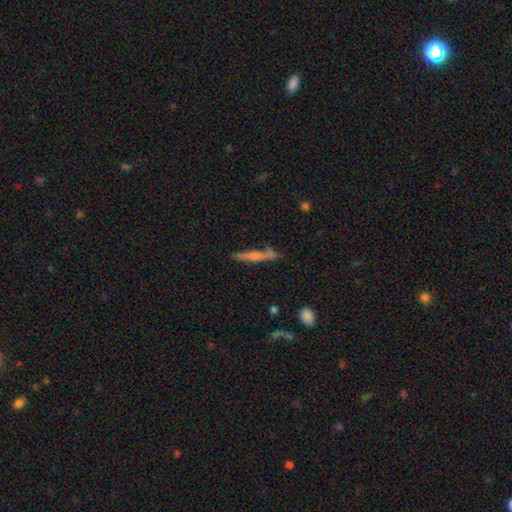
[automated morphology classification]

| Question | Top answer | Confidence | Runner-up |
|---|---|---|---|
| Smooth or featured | featured or disk | 46% | tied: smooth (46%) |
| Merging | none | 72% | minor disturbance (16%) |